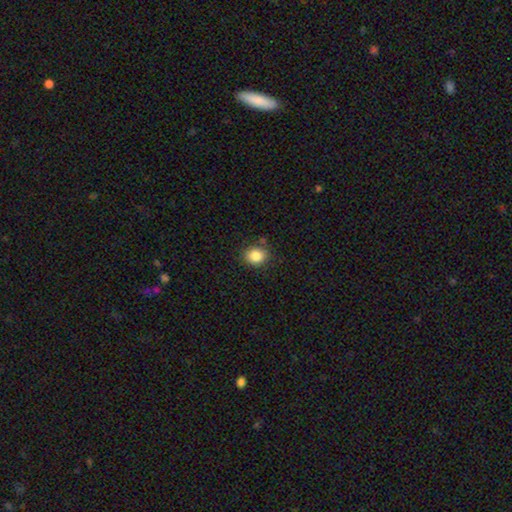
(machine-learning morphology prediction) Smooth or featured? Predicted: smooth (p=0.85). How rounded? Predicted: round (p=0.65). Merging? Predicted: none (p=0.81).